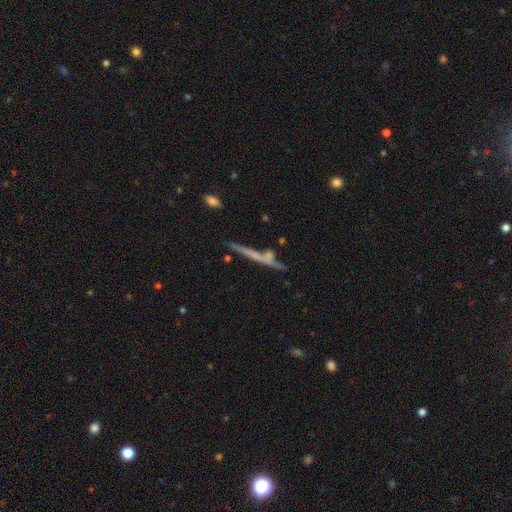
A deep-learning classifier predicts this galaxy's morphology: smooth_or_featured: featured or disk (p=0.55) [alt: smooth p=0.36]
disk_edge_on: yes (p=0.92) [alt: no p=0.08]
edge_on_bulge: none (p=0.75) [alt: rounded p=0.17]
merging: none (p=0.67) [alt: minor disturbance p=0.15]